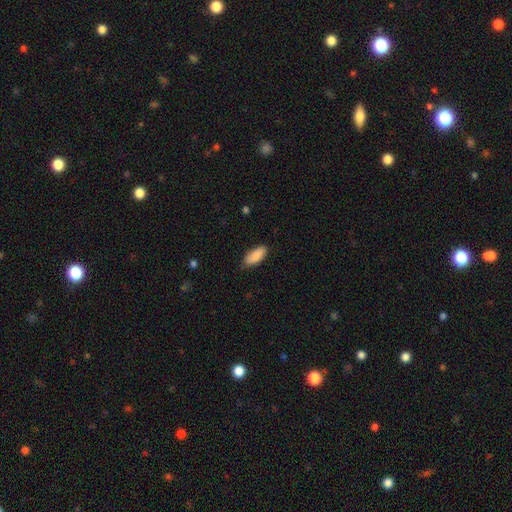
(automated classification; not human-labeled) Q: Smooth or featured?
A: smooth (88%); runner-up: star or artifact (6%)
Q: How rounded?
A: in between (86%); runner-up: cigar-shaped (12%)
Q: Merging?
A: none (75%); runner-up: minor disturbance (21%)